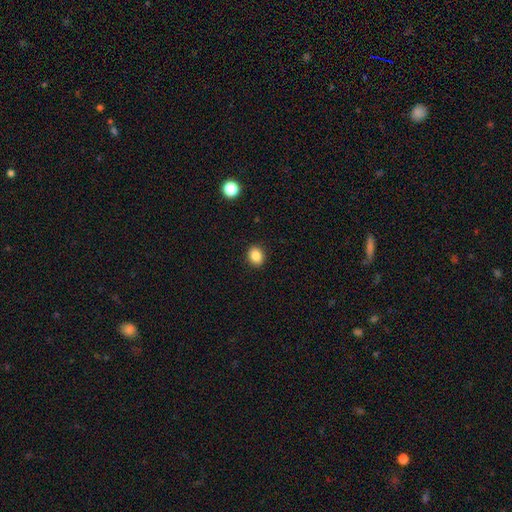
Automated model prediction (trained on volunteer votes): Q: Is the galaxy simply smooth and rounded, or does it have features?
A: smooth — 87%.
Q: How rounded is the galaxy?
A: round — 60%.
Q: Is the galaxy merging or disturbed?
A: none — 91%.